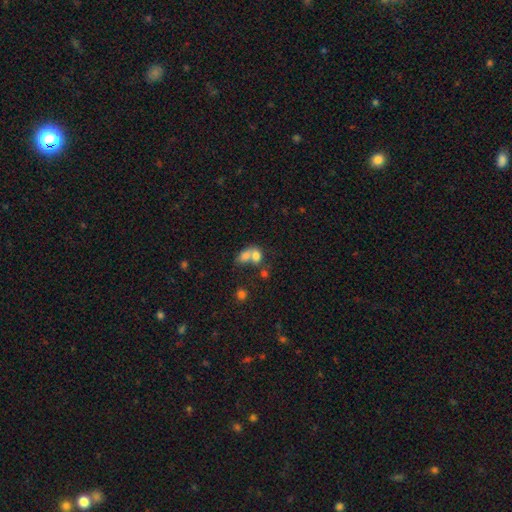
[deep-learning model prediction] smooth_or_featured: smooth (p=0.72) [alt: featured or disk p=0.17]
how_rounded: in between (p=0.67) [alt: round p=0.31]
merging: merger (p=0.66) [alt: none p=0.20]